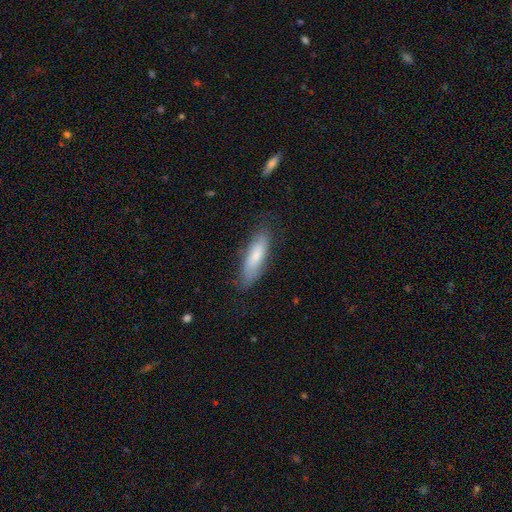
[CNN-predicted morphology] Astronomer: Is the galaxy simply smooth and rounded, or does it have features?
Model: smooth — 70%.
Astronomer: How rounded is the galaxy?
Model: cigar-shaped — 50% (runner-up: in between, 49%).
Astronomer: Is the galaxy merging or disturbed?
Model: none — 77%.